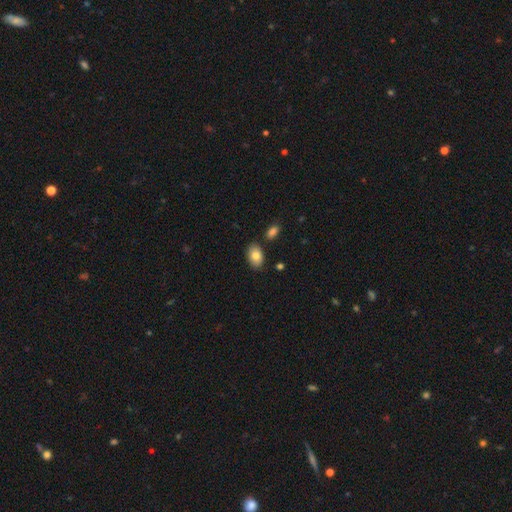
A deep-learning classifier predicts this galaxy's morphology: type=smooth (83%); roundness=in between (89%); merging=none (83%).